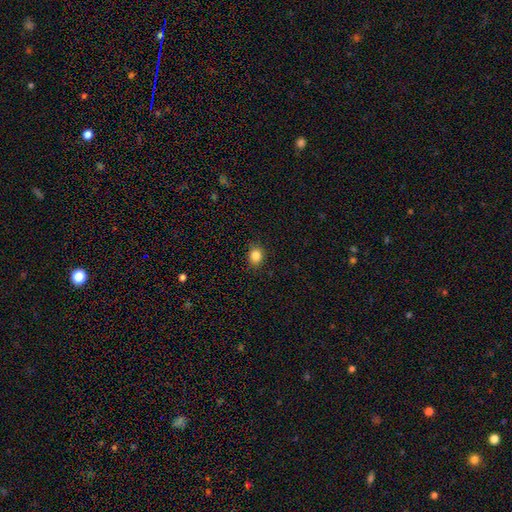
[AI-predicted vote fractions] Smooth or featured? Predicted: smooth (p=0.84). How rounded? Predicted: round (p=0.66). Merging? Predicted: none (p=0.89).